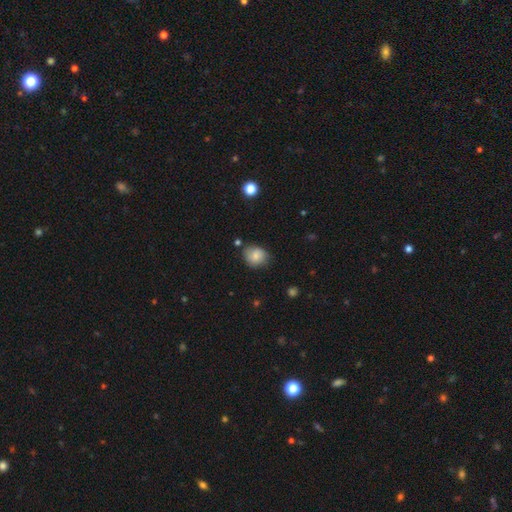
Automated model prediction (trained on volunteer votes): Overall: smooth (81%). How rounded: round (67%; in between 32%). Merging: none (72%).